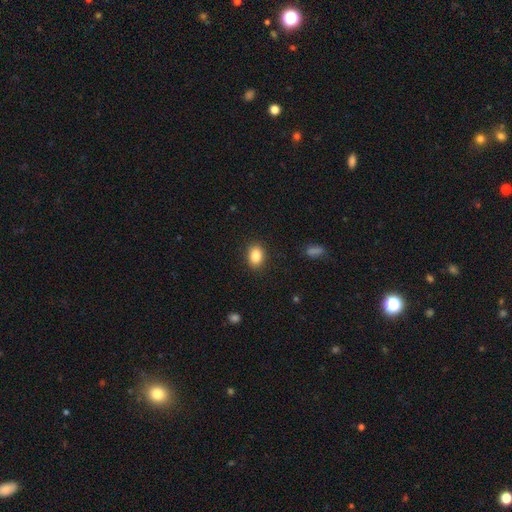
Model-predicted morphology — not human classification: Smooth or featured: smooth — 86% (star or artifact — 8%)
How rounded: in between — 77% (round — 21%)
Merging: none — 88% (minor disturbance — 8%)